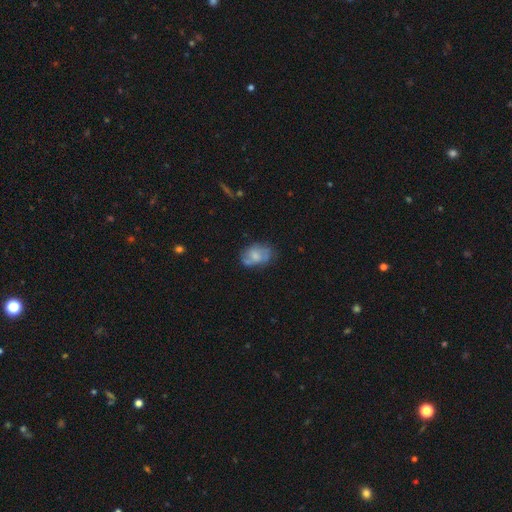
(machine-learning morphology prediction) A smooth galaxy with no disk features (55%) that is in between round and cigar-shaped (81%).

Vote fractions:
- Smooth or featured? smooth: 55% / featured or disk: 37% / star or artifact: 8%
- How rounded? in between: 81% / round: 18% / cigar-shaped: 1%
- Merging? none: 54% / minor disturbance: 28% / major disturbance: 12% / merger: 6%